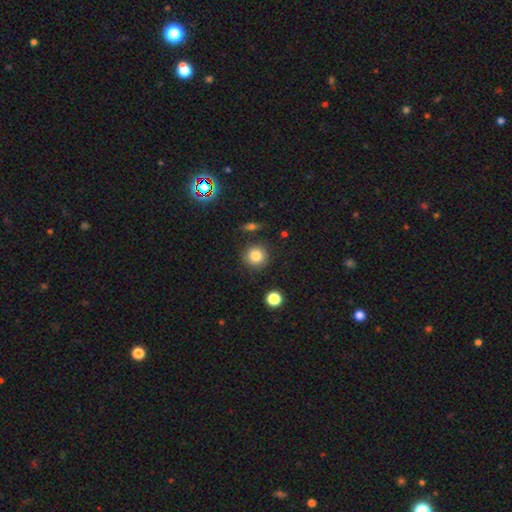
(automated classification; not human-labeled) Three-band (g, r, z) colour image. It shows a smooth galaxy with no disk features (83%) that is round (92%). Merging: none (86%).